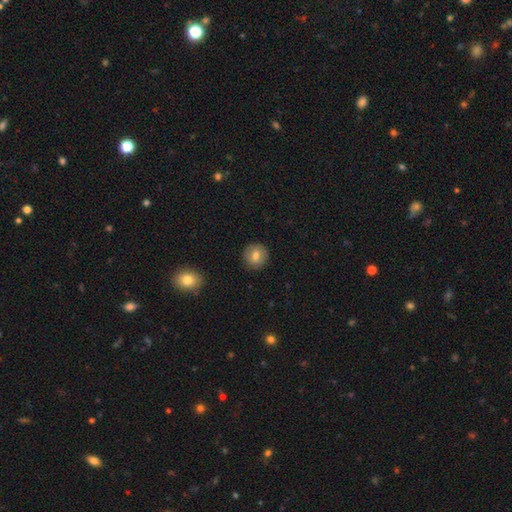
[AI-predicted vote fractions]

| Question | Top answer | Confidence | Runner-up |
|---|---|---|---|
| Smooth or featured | smooth | 74% | featured or disk (18%) |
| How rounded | round | 92% | in between (7%) |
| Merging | none | 90% | minor disturbance (7%) |